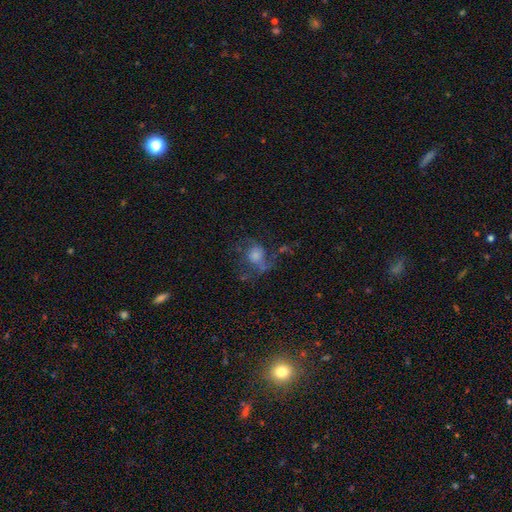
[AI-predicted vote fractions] This appears to be a featured or disk galaxy (48%). Merging: none (41%).